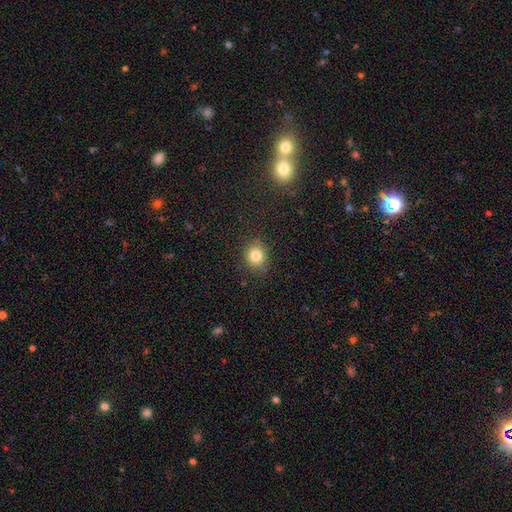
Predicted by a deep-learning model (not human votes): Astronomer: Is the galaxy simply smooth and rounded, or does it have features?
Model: smooth — 82%.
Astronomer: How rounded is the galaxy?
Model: round — 73%.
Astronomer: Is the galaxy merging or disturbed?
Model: none — 84%.